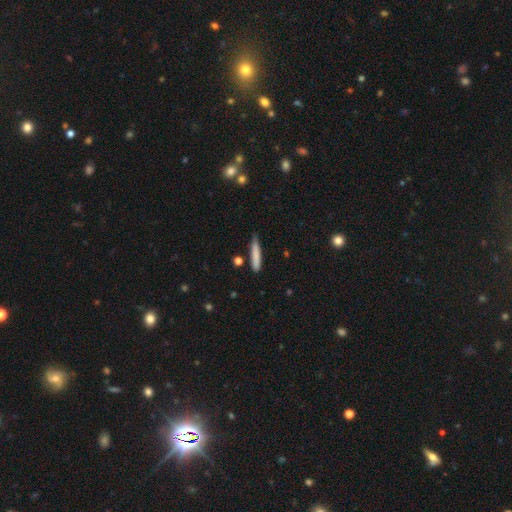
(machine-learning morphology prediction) This appears to be a smooth galaxy with no disk features (81%) that is cigar-shaped (92%). Merging: none (77%).